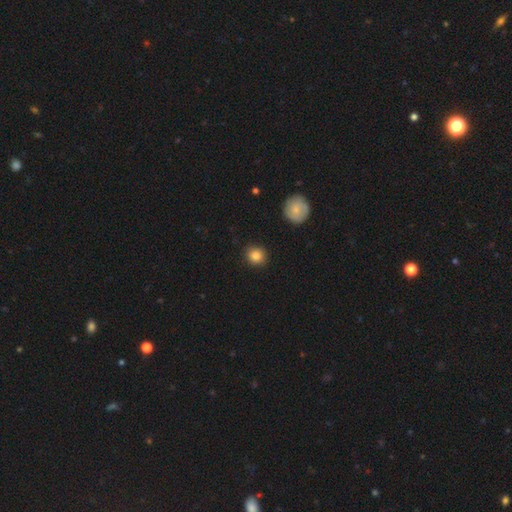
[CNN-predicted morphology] Smooth or featured?
  - smooth: 85% *
  - star or artifact: 10%
  - featured or disk: 6%
How rounded?
  - round: 88% *
  - in between: 11%
  - cigar-shaped: 1%
Merging?
  - none: 90% *
  - minor disturbance: 7%
  - major disturbance: 2%
  - merger: 1%